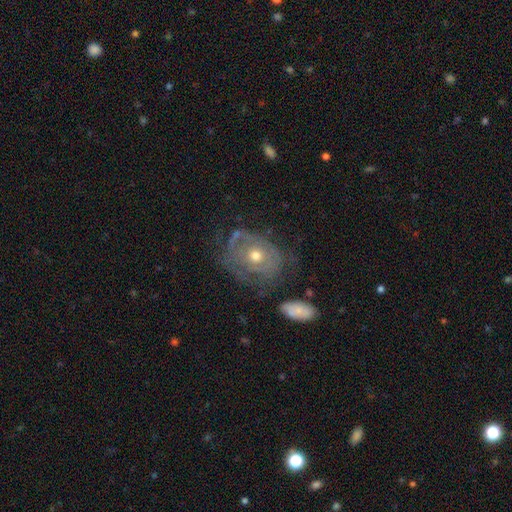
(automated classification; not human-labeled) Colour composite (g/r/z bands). It shows a featured or disk galaxy (68%) with no bar (85%), spiral arms (59%) and a moderate central bulge (67%). Merging: none (55%).